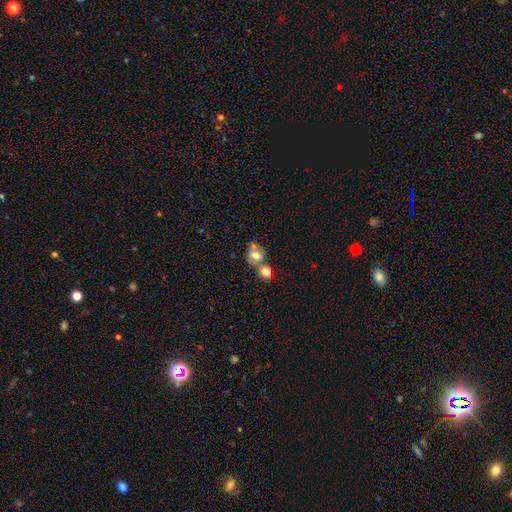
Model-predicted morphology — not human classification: smooth_or_featured: smooth (p=0.65) [alt: featured or disk p=0.25]
how_rounded: in between (p=0.53) [alt: round p=0.45]
merging: merger (p=0.56) [alt: none p=0.29]